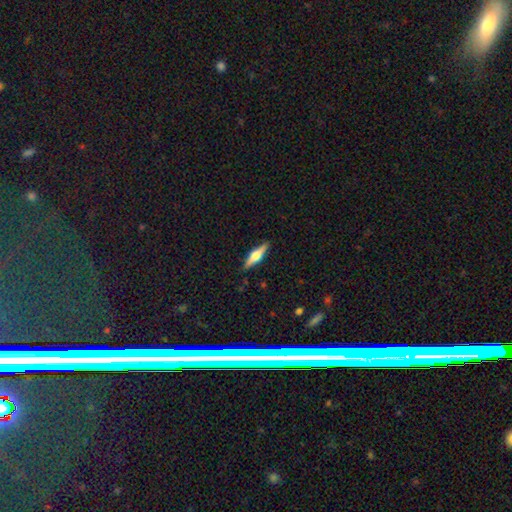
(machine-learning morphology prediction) Smooth or featured?
  - featured or disk: 60% *
  - smooth: 34%
  - star or artifact: 6%
Edge-on disk?
  - yes: 97% *
  - no: 3%
Edge-on bulge?
  - rounded: 90% *
  - boxy: 8%
  - none: 2%
Merging?
  - none: 89% *
  - minor disturbance: 8%
  - major disturbance: 2%
  - merger: 1%